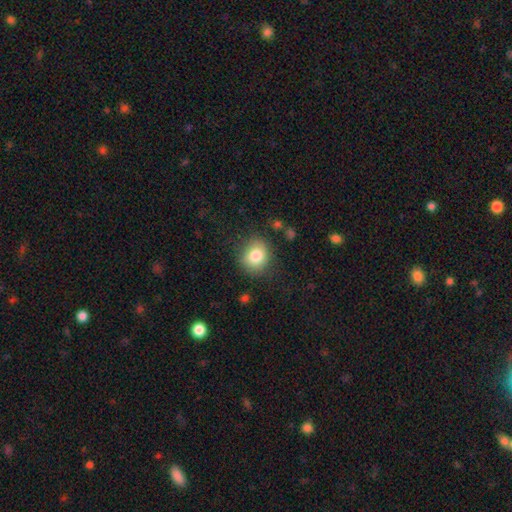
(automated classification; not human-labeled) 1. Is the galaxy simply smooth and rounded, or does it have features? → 82% smooth, 10% star or artifact, 9% featured or disk.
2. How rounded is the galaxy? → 70% round, 29% in between, 1% cigar-shaped.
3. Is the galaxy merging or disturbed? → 81% none, 13% minor disturbance, 4% major disturbance, 2% merger.